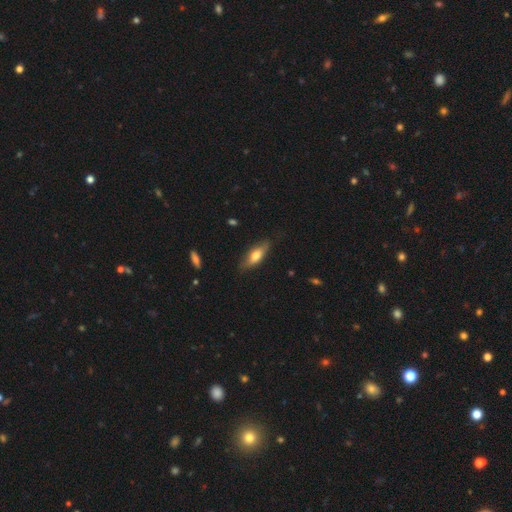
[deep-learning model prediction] Smooth or featured: smooth — 65% (featured or disk — 29%)
How rounded: in between — 64% (cigar-shaped — 34%)
Merging: none — 79% (minor disturbance — 17%)